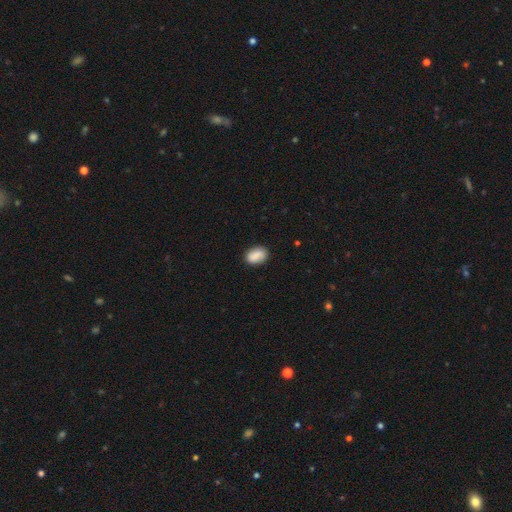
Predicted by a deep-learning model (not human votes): This appears to be a smooth galaxy with no disk features (84%) that is in between round and cigar-shaped (84%). Merging: none (81%).